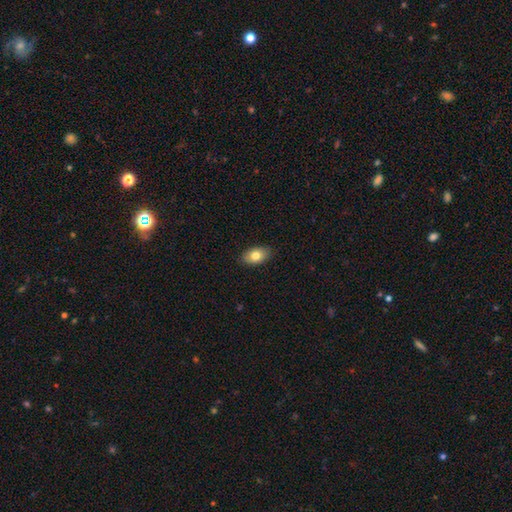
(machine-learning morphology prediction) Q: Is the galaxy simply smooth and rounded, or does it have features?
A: smooth — 79%.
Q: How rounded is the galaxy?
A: in between — 91%.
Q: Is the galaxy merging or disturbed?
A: none — 88%.